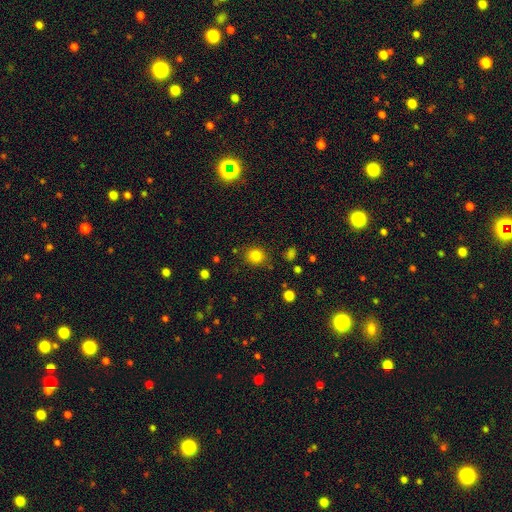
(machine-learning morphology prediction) smooth 82%, star or artifact 12%, featured or disk 6%. Down the decision tree: how rounded — round (80%); merging — none (85%).